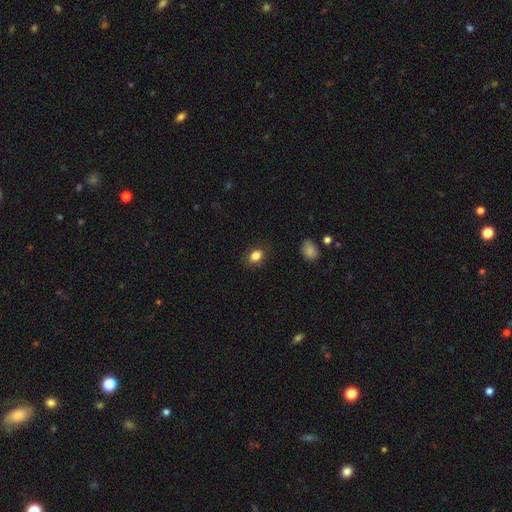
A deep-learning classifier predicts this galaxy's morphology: Smooth or featured? smooth (85%)
How rounded? in between (62%)
Merging? none (84%)